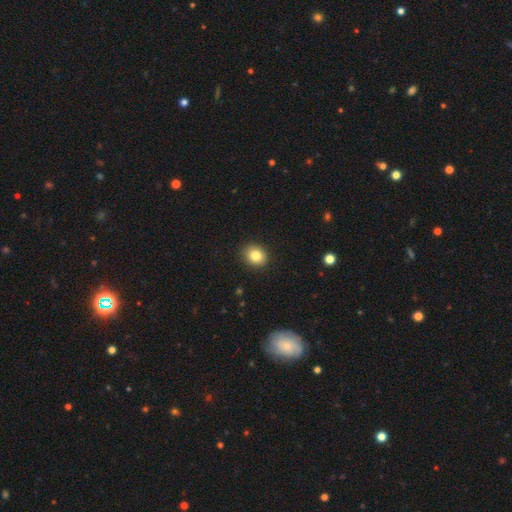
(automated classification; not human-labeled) The model was most divided on "how rounded": round: 67%, in between: 32%, cigar-shaped: 1%. More confident: merging — none (90%); smooth or featured — smooth (84%).